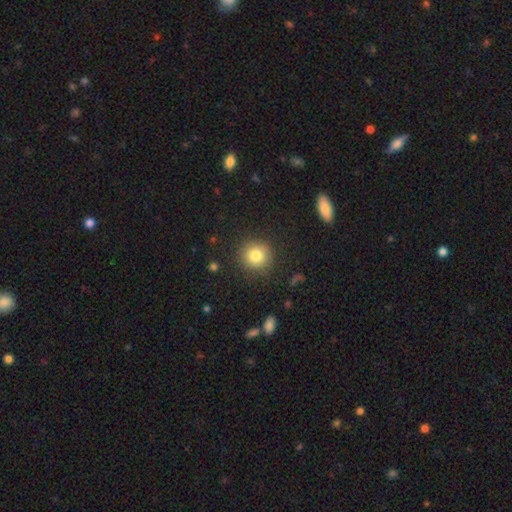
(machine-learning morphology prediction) type=smooth (82%); roundness=round (92%); merging=none (88%).